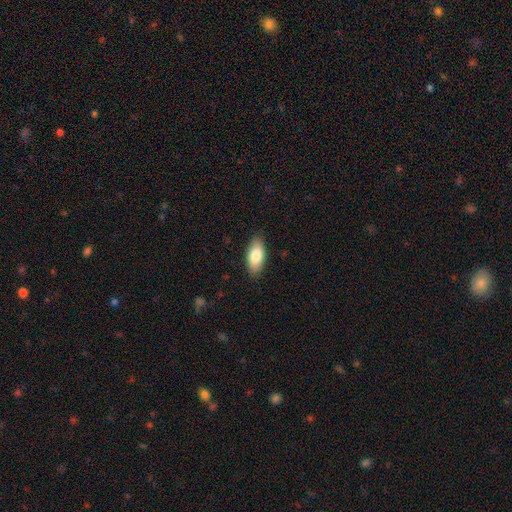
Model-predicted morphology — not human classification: This is clearly a smooth galaxy (83%). How rounded: clearly in between (90%). Merging: clearly none (87%).